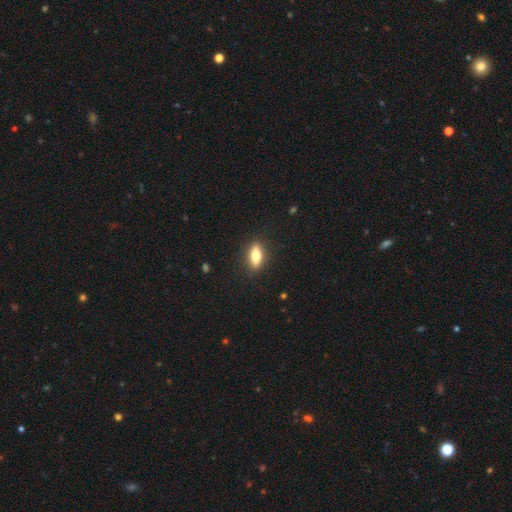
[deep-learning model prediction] This appears to be a smooth galaxy with no disk features (69%) that is in between round and cigar-shaped (64%). Merging: none (87%).